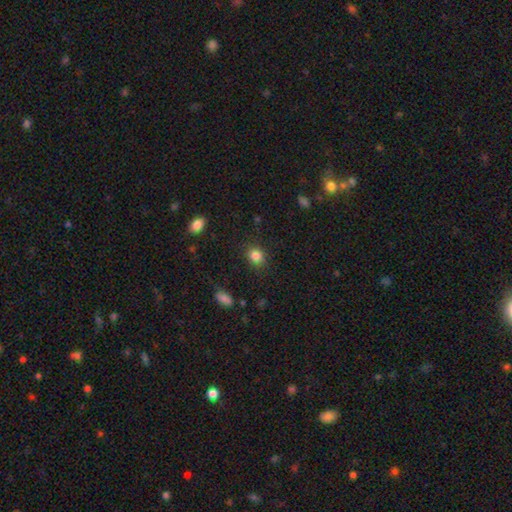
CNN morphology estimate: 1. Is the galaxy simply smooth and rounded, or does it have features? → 84% smooth, 11% star or artifact, 5% featured or disk.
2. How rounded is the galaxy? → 63% round, 36% in between, 1% cigar-shaped.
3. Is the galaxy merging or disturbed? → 87% none, 9% minor disturbance, 3% major disturbance, 1% merger.